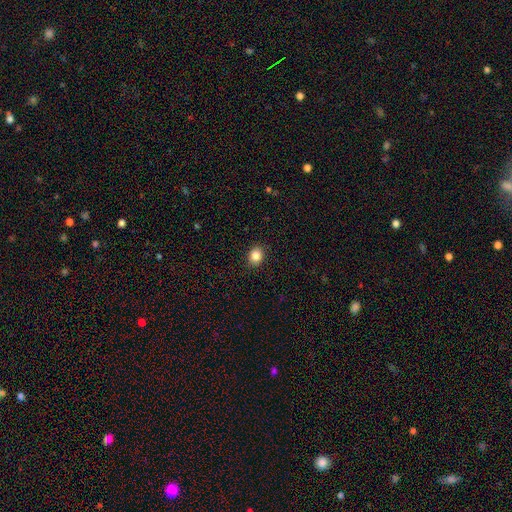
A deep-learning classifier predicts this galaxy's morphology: Smooth or featured: smooth — 86% (star or artifact — 10%)
How rounded: in between — 50% (round — 49%)
Merging: none — 90% (minor disturbance — 7%)